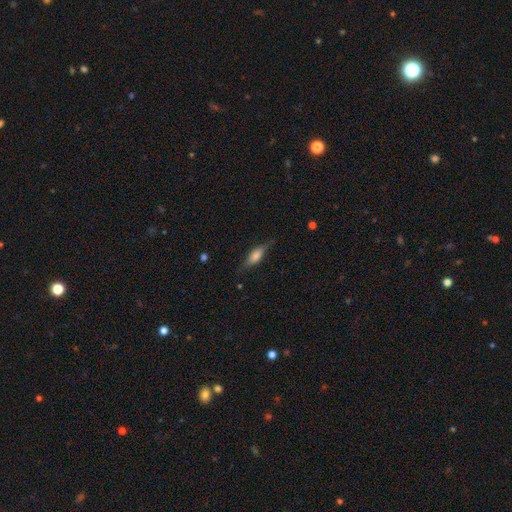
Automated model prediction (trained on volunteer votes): A smooth galaxy with no disk features (53%) that is in between round and cigar-shaped (49%). Merging: none (74%).